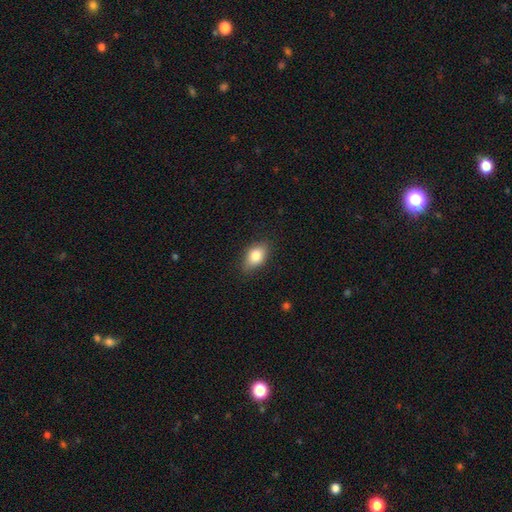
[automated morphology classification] Smooth or featured?
  - smooth: 82% *
  - featured or disk: 10%
  - star or artifact: 7%
How rounded?
  - in between: 87% *
  - round: 11%
  - cigar-shaped: 2%
Merging?
  - none: 82% *
  - minor disturbance: 14%
  - major disturbance: 3%
  - merger: 1%